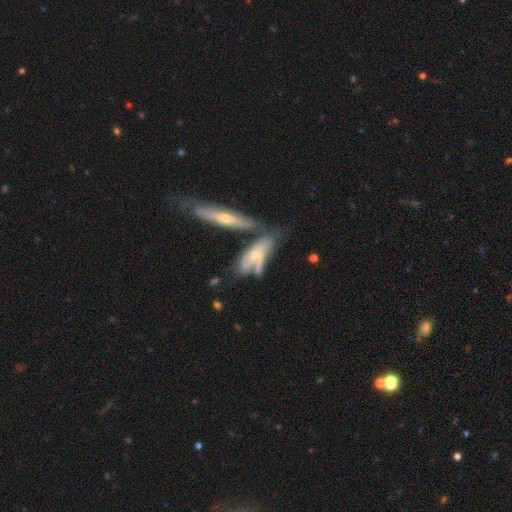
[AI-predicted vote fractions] Smooth or featured? featured or disk (53%)
Edge-on disk? no (58%)
Merging? none (36%)